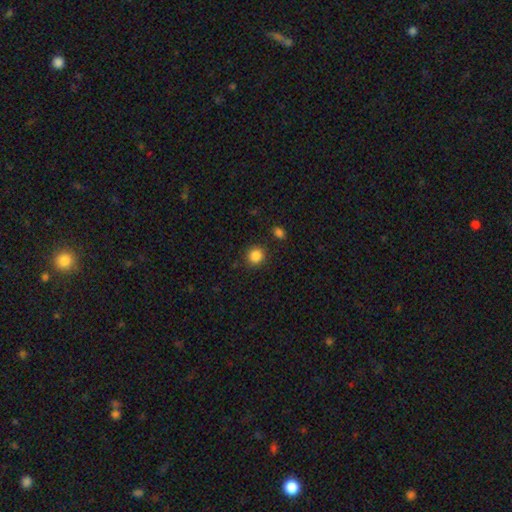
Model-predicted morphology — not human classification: Smooth or featured?
  - smooth: 86% *
  - star or artifact: 11%
  - featured or disk: 4%
How rounded?
  - round: 90% *
  - in between: 9%
  - cigar-shaped: 1%
Merging?
  - none: 87% *
  - minor disturbance: 8%
  - major disturbance: 3%
  - merger: 3%